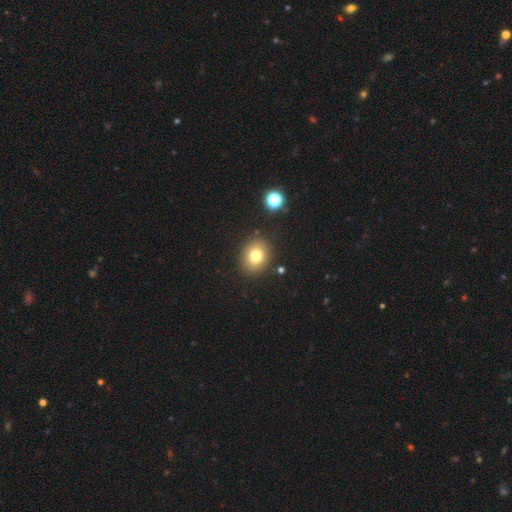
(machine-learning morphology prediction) A smooth galaxy with no disk features (77%) that is round (57%). Merging: none (87%).